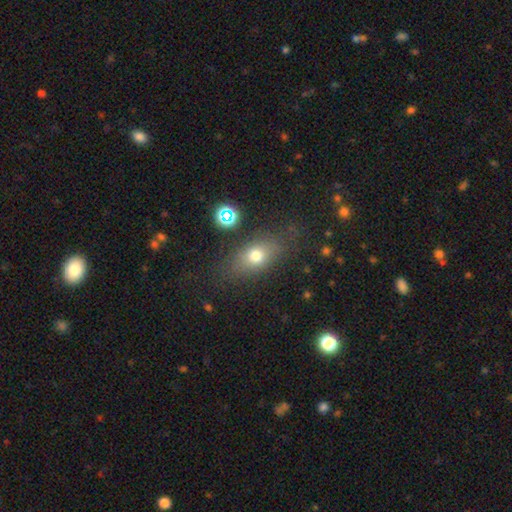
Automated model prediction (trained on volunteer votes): smooth-or-featured: smooth: 69% | featured or disk: 16% | star or artifact: 15%
  how-rounded: in between: 71% | round: 23% | cigar-shaped: 6%
  merging: none: 74% | minor disturbance: 15% | major disturbance: 8% | merger: 3%